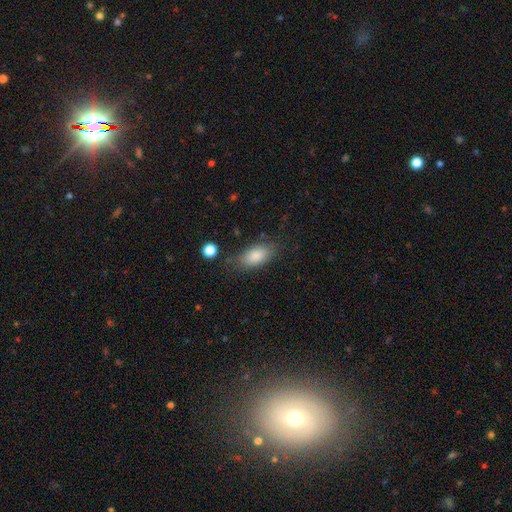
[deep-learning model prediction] Overall: smooth (85%). How rounded: in between (88%). Merging: none (73%).